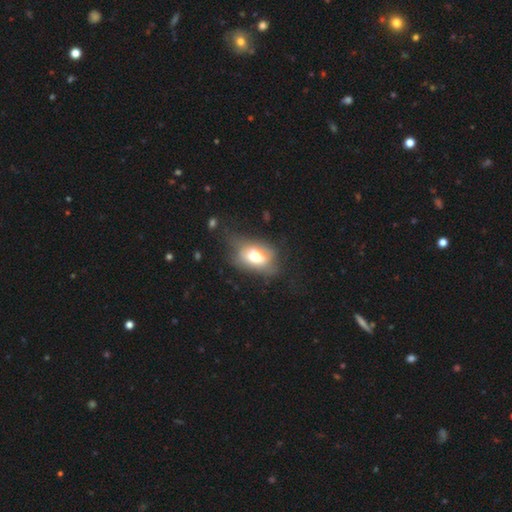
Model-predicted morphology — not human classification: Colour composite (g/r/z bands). It shows a smooth galaxy with no disk features (63%) that is in between round and cigar-shaped (84%). Merging: none (47%).